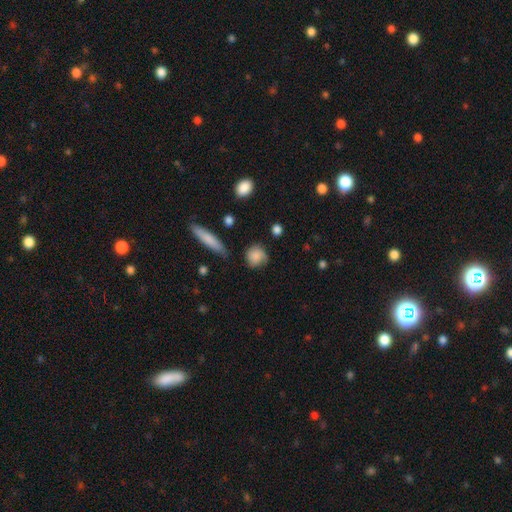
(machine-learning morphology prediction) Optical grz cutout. It shows a smooth galaxy with no disk features (74%) that is round (79%). Merging: none (64%).